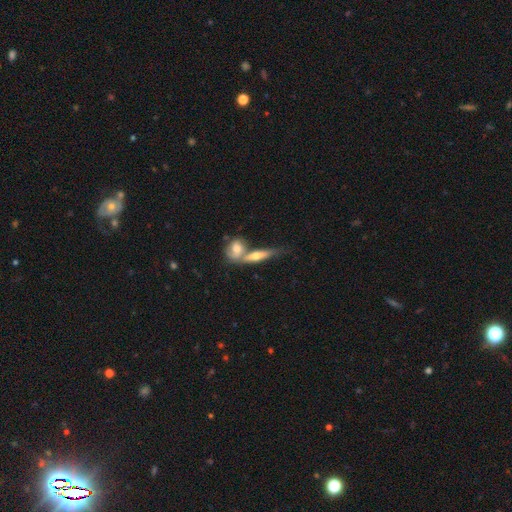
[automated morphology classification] A smooth galaxy with no disk features (49%). Merging: merger (49%).